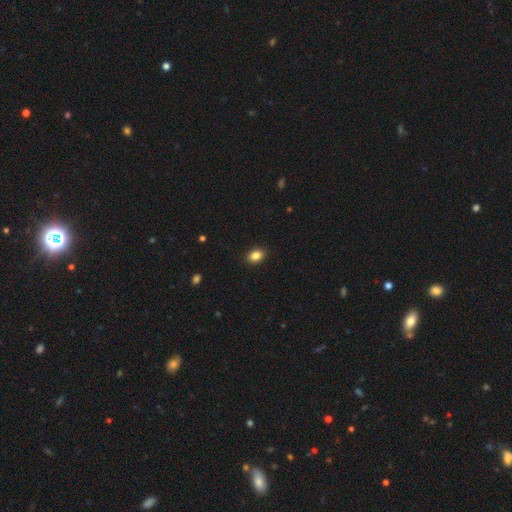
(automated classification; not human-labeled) This appears to be a smooth galaxy with no disk features (86%) that is in between round and cigar-shaped (72%). Merging: none (90%).